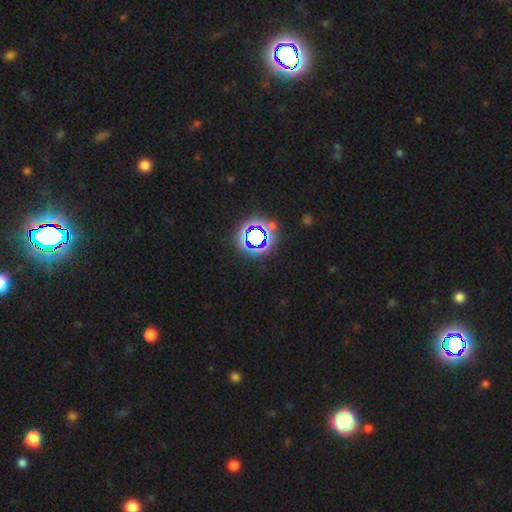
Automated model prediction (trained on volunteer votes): This appears to be a star or artifact, not a galaxy (76%).